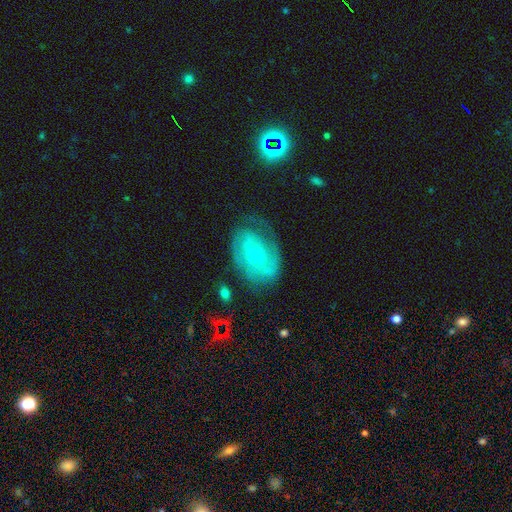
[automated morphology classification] This is likely a featured or disk galaxy (75%). It is clearly not viewed edge-on (96%). Bar: marginally no (43%, tied with weak). Spiral arm pattern: clearly yes (85%). Spiral arm count: marginally 2 (40%). Spiral winding: possibly tight (56%). Central bulge: likely small (77%). Merging: likely none (62%).